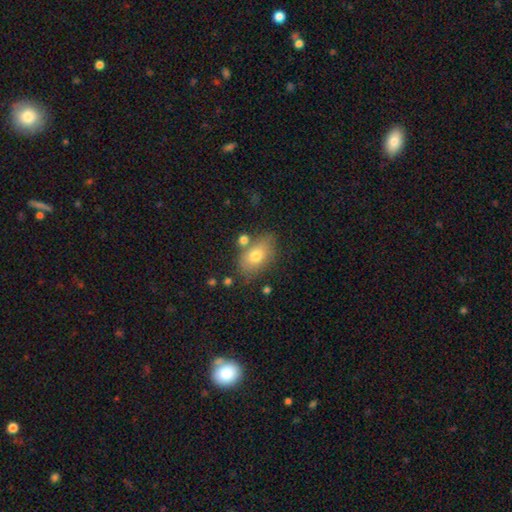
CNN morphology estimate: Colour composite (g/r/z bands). It shows a smooth galaxy with no disk features (74%) that is in between round and cigar-shaped (86%). Merging: none (68%).